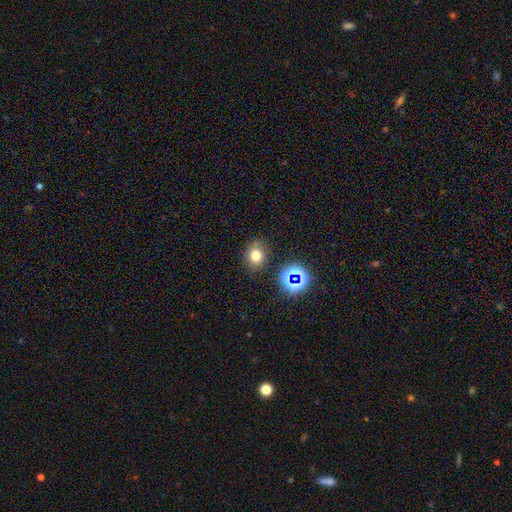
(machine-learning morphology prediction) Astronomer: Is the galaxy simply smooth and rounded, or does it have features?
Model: smooth — 72%.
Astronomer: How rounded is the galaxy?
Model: round — 60% (runner-up: in between, 39%).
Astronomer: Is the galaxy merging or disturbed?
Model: none — 83%.